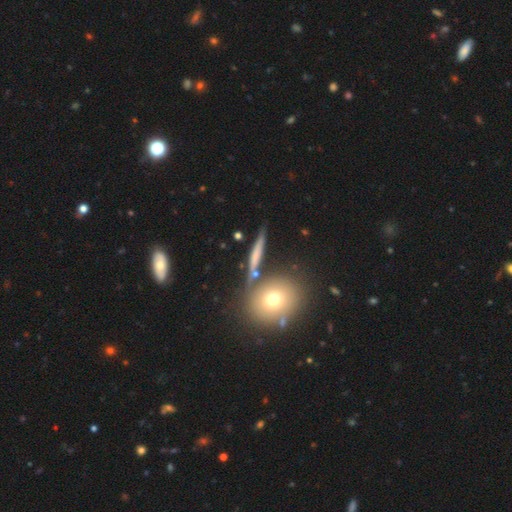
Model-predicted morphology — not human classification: A smooth galaxy with no disk features (46%). Merging: none (75%).